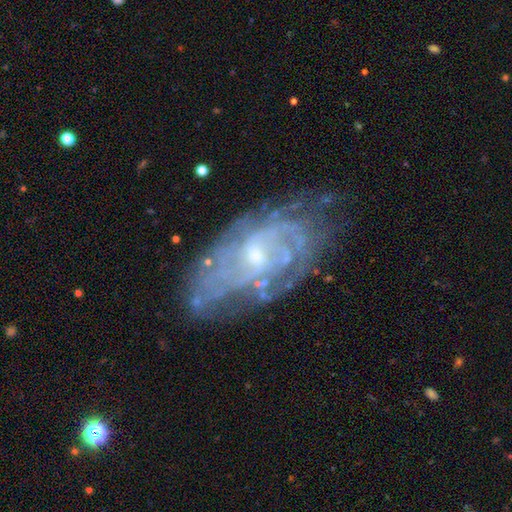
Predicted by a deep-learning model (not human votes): Q: Smooth or featured?
A: featured or disk (82%); runner-up: smooth (10%)
Q: Edge-on disk?
A: no (94%); runner-up: yes (6%)
Q: Bar?
A: no (58%); runner-up: weak (34%)
Q: Spiral arms?
A: yes (85%); runner-up: no (15%)
Q: Spiral winding?
A: tight (62%); runner-up: medium (28%)
Q: Spiral arm count?
A: can't tell (55%); runner-up: 2 (14%)
Q: Bulge size?
A: small (66%); runner-up: moderate (29%)
Q: Merging?
A: none (66%); runner-up: minor disturbance (22%)